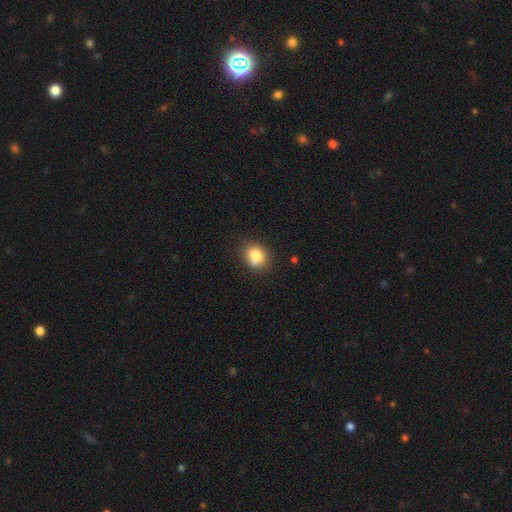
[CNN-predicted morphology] A smooth galaxy with no disk features (81%) that is round (55%).

Vote fractions:
- Smooth or featured? smooth: 81% / star or artifact: 10% / featured or disk: 10%
- How rounded? round: 55% / in between: 44% / cigar-shaped: 1%
- Merging? none: 63% / minor disturbance: 19% / merger: 13% / major disturbance: 5%